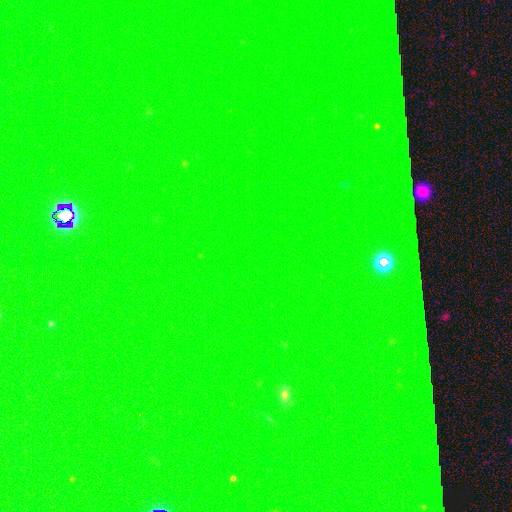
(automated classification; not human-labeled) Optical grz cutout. It shows a star or artifact, not a galaxy (79%).